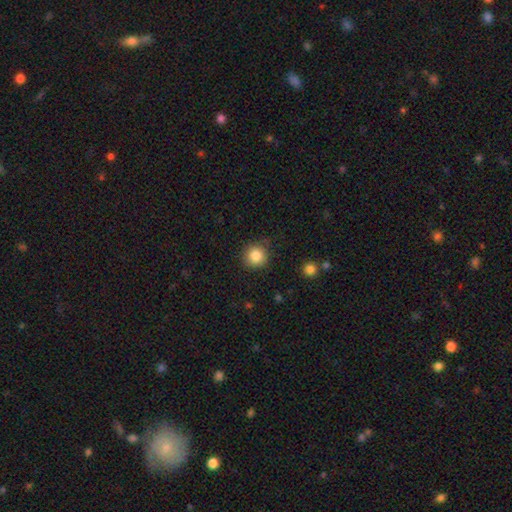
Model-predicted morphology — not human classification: Smooth or featured?
  - smooth: 85% *
  - star or artifact: 10%
  - featured or disk: 5%
How rounded?
  - round: 92% *
  - in between: 7%
  - cigar-shaped: 1%
Merging?
  - none: 87% *
  - minor disturbance: 9%
  - major disturbance: 3%
  - merger: 1%